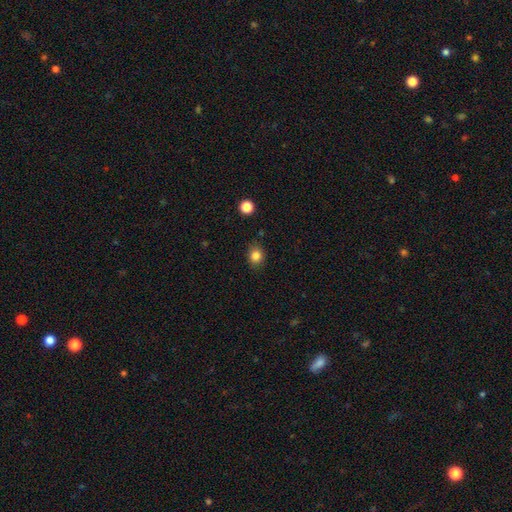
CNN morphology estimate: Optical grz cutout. It shows a smooth galaxy with no disk features (84%) that is round (65%). Merging: none (83%).